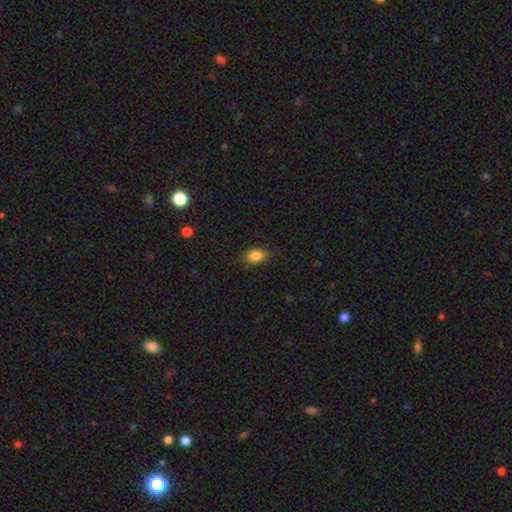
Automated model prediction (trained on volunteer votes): Overall: smooth (84%). How rounded: in between (86%). Merging: none (83%).